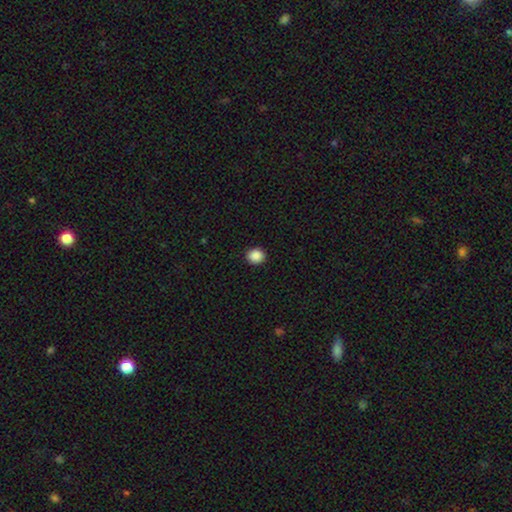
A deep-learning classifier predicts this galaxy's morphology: Smooth or featured: smooth — 89% (star or artifact — 9%)
How rounded: round — 79% (in between — 21%)
Merging: none — 92% (minor disturbance — 6%)